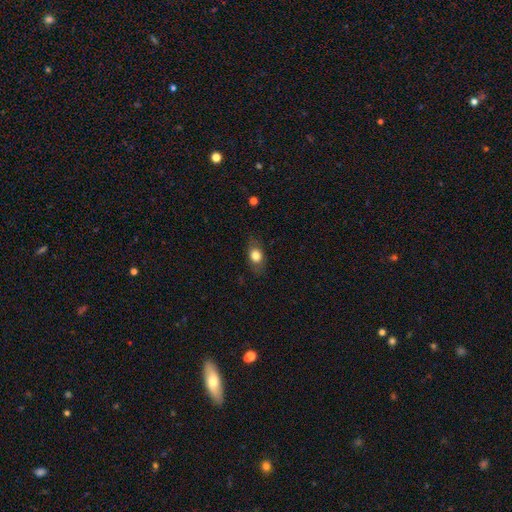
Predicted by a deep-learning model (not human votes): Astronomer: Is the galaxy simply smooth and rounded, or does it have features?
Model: smooth — 77%.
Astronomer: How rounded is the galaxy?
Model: in between — 68%.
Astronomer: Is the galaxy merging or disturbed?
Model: none — 79%.